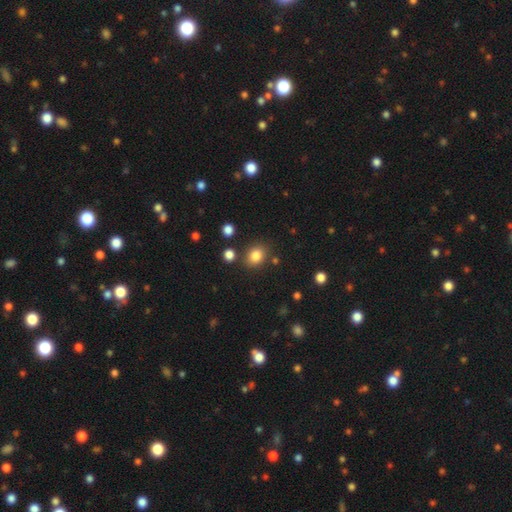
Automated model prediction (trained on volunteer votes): smooth-or-featured: smooth: 83% | star or artifact: 11% | featured or disk: 6%
  how-rounded: round: 58% | in between: 41% | cigar-shaped: 1%
  merging: none: 81% | minor disturbance: 10% | merger: 6% | major disturbance: 3%